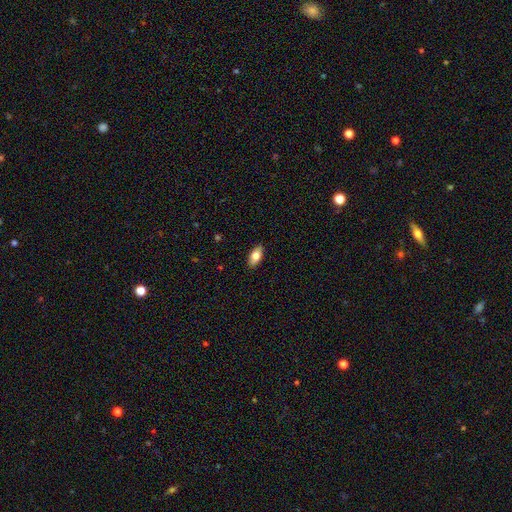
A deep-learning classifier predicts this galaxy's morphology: This is likely a smooth galaxy (76%). How rounded: clearly in between (89%). Merging: clearly none (90%).